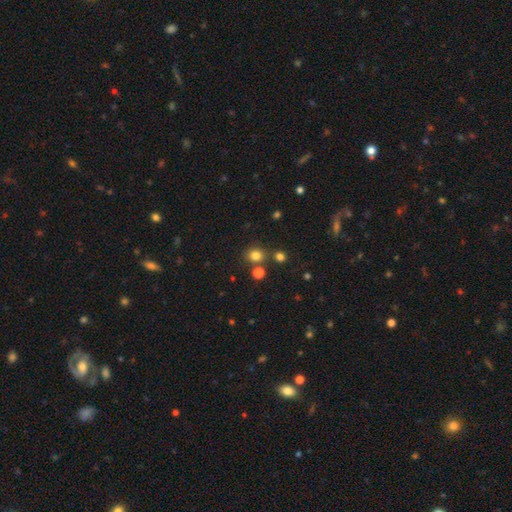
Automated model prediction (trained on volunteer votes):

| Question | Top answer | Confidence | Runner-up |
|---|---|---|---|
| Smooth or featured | smooth | 79% | star or artifact (16%) |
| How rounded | round | 81% | in between (18%) |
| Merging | none | 76% | merger (12%) |